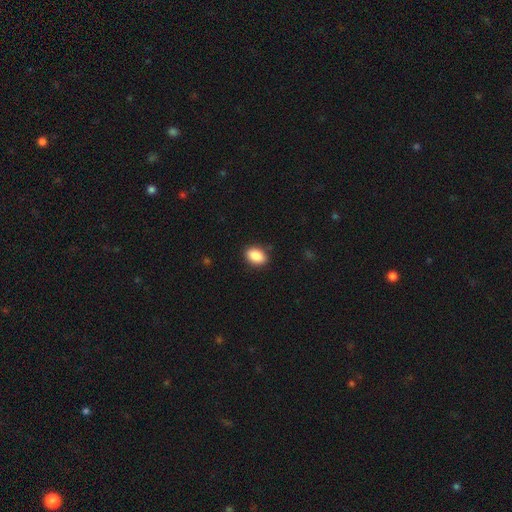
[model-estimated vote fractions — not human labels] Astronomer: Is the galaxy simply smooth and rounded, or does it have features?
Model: smooth — 89%.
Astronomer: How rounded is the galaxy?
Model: in between — 86%.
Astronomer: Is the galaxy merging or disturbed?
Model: none — 87%.